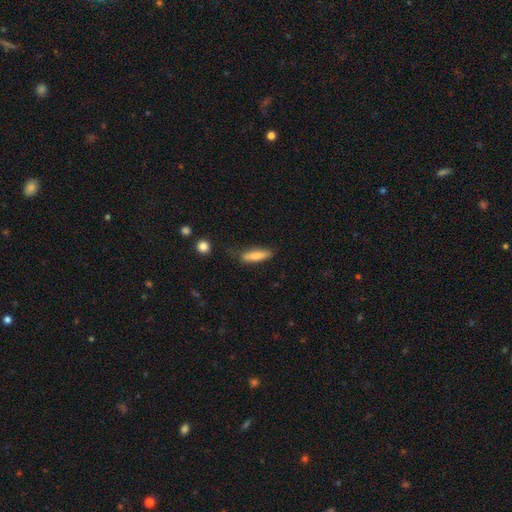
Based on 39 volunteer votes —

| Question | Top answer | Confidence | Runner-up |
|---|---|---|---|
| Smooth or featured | smooth | 72% | featured or disk (21%) |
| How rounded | cigar-shaped | 64% | in between (29%) |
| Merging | none | 69% | minor disturbance (17%) |